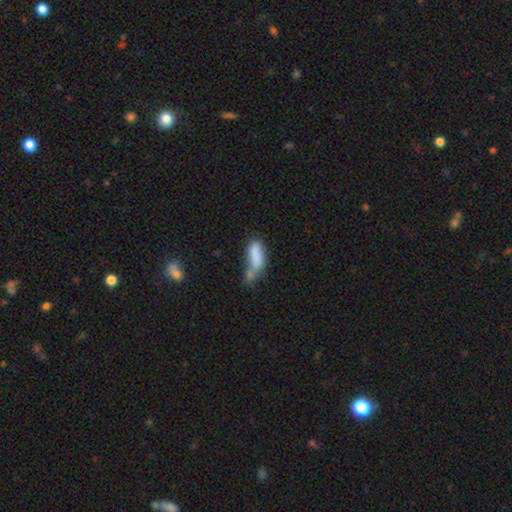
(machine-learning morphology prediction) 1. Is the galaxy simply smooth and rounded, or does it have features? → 78% smooth, 13% featured or disk, 8% star or artifact.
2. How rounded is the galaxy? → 68% in between, 30% cigar-shaped, 3% round.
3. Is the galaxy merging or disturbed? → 40% merger, 25% none, 20% minor disturbance, 15% major disturbance.